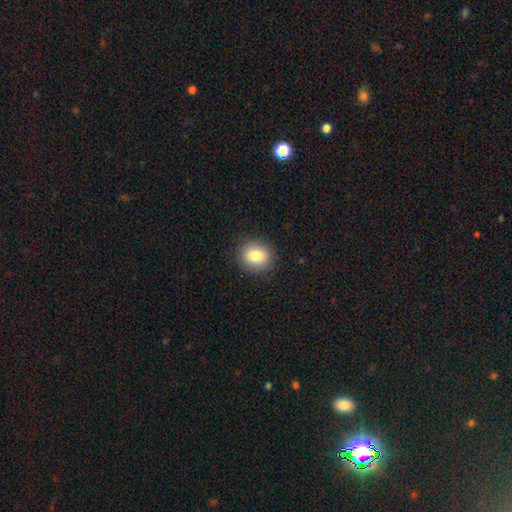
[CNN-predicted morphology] smooth-or-featured: smooth: 84% | star or artifact: 9% | featured or disk: 7%
  how-rounded: round: 60% | in between: 39% | cigar-shaped: 1%
  merging: none: 88% | minor disturbance: 8% | major disturbance: 2% | merger: 1%